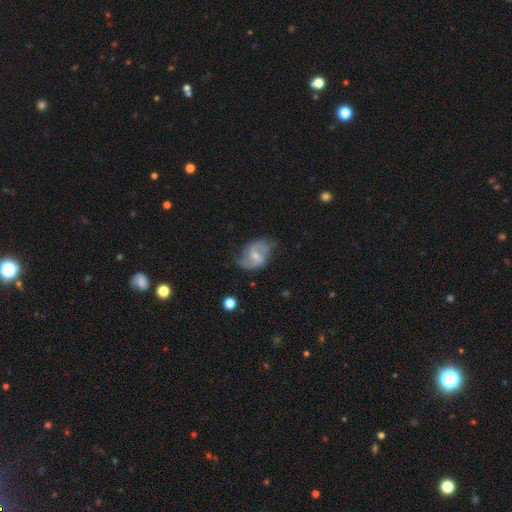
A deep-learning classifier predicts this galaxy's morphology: Smooth or featured?
  - featured or disk: 77% *
  - smooth: 17%
  - star or artifact: 6%
Edge-on disk?
  - no: 97% *
  - yes: 3%
Bar?
  - weak: 58% *
  - no: 25%
  - strong: 17%
Spiral arms?
  - yes: 92% *
  - no: 8%
Spiral winding?
  - medium: 45% *
  - loose: 41%
  - tight: 14%
Spiral arm count?
  - 2: 87% *
  - can't tell: 7%
  - 1: 3%
  - 3: 2%
  - 4: 1%
  - more than 4: 1%
Bulge size?
  - small: 52% *
  - moderate: 35%
  - none: 10%
  - large: 2%
  - dominant: 1%
Merging?
  - none: 63% *
  - minor disturbance: 25%
  - major disturbance: 10%
  - merger: 2%